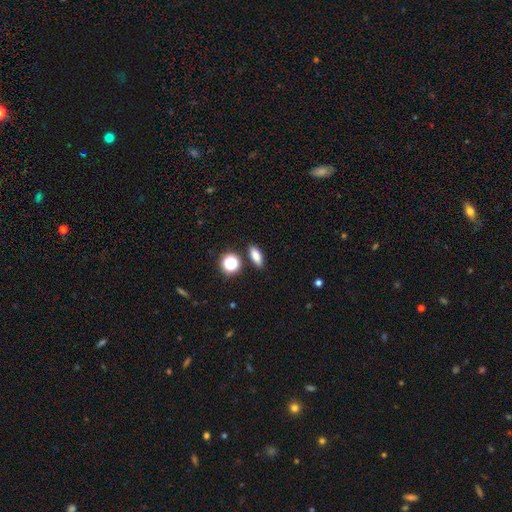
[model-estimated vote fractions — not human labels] Morphology: type=smooth (80%); roundness=in between (63%); merging=none (84%).